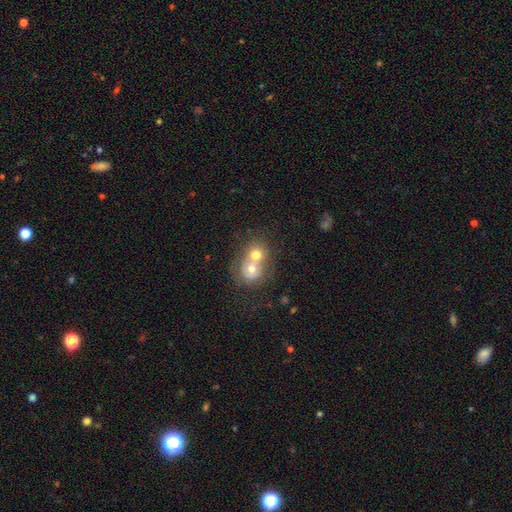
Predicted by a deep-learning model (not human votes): smooth 61%, featured or disk 29%, star or artifact 10%. Down the decision tree: how rounded — round (72%); merging — merger (73%).